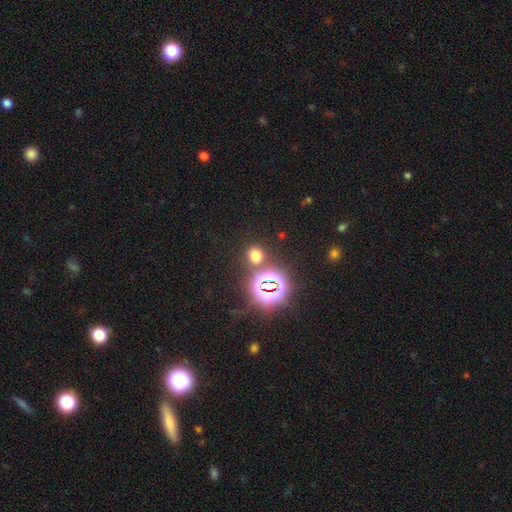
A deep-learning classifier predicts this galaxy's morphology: smooth 60%, star or artifact 34%, featured or disk 6%. Down the decision tree: how rounded — round (76%); merging — none (79%).